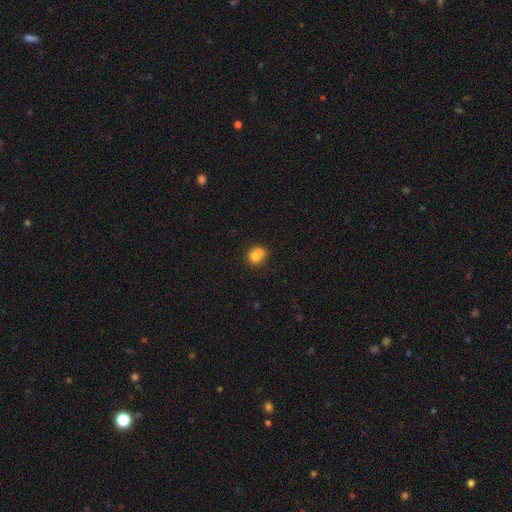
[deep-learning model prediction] smooth-or-featured: smooth: 80% | star or artifact: 11% | featured or disk: 9%
  how-rounded: round: 64% | in between: 36% | cigar-shaped: 1%
  merging: none: 58% | minor disturbance: 24% | merger: 11% | major disturbance: 6%